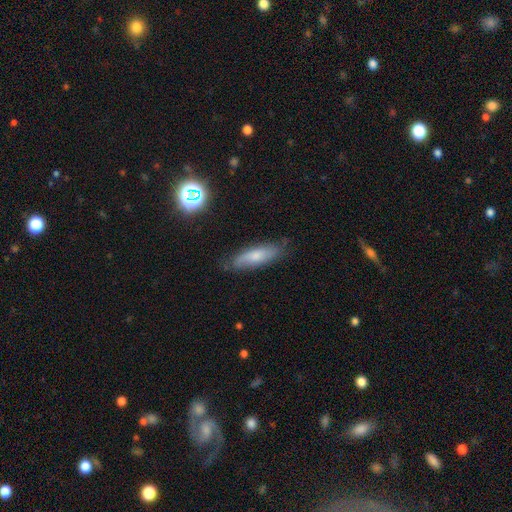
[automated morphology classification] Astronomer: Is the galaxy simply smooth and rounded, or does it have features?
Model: smooth — 62%.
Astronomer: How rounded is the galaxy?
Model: cigar-shaped — 52% (runner-up: in between, 45%).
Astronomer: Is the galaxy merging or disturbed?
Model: none — 72%.